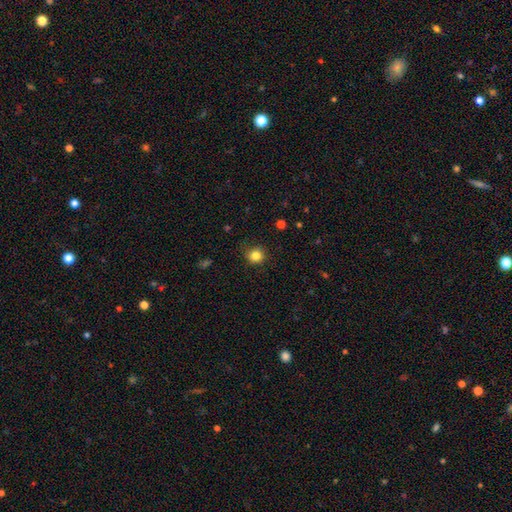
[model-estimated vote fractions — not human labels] Overall: smooth (83%). How rounded: round (88%). Merging: none (82%).